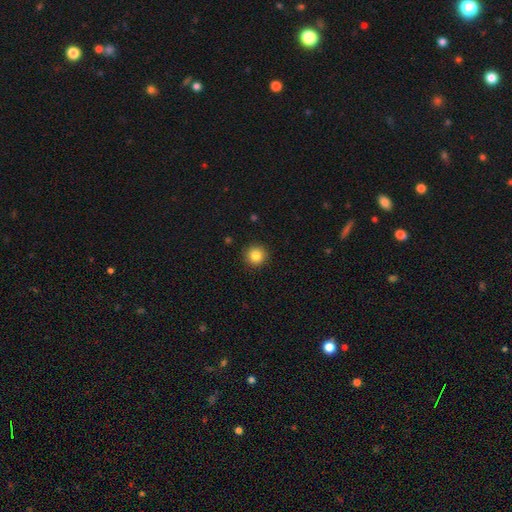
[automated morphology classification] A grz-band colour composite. It shows a smooth galaxy with no disk features (85%) that is round (95%). Merging: none (92%).